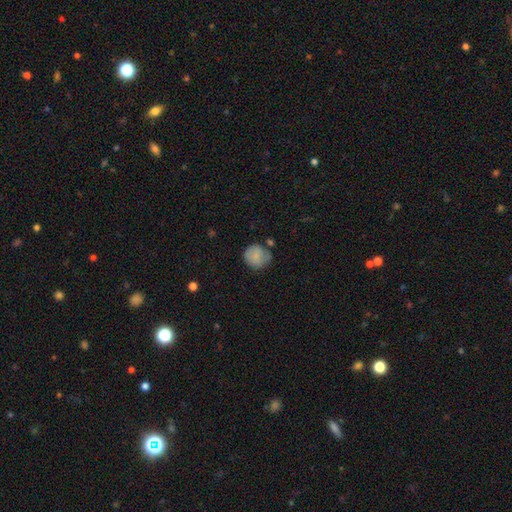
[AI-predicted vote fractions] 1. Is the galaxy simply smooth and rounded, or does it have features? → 78% smooth, 14% featured or disk, 8% star or artifact.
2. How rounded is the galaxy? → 85% round, 14% in between, 1% cigar-shaped.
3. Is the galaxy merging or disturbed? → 60% none, 25% minor disturbance, 8% merger, 7% major disturbance.